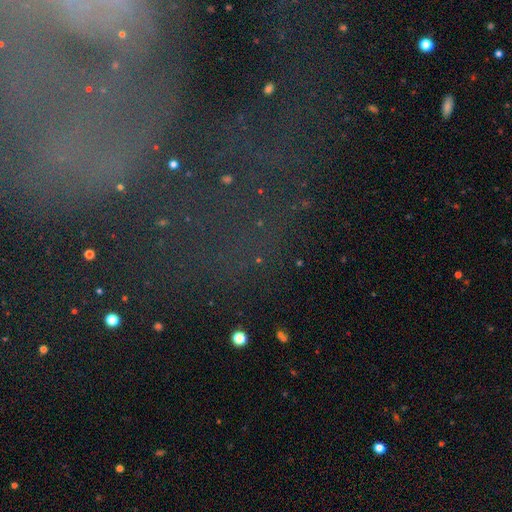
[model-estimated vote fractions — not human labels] Q: Smooth or featured?
A: star or artifact (48%); runner-up: featured or disk (34%)